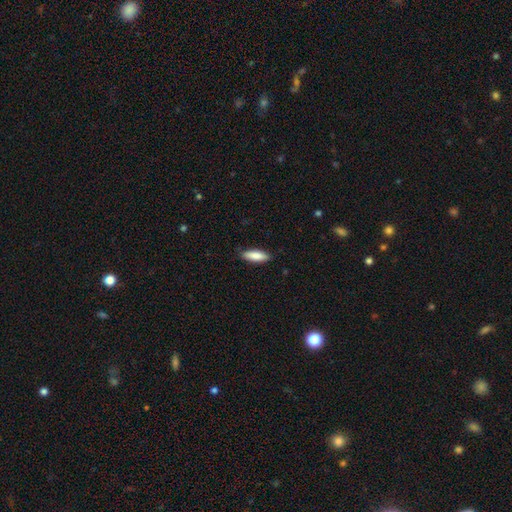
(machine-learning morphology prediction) Overall: smooth (85%). How rounded: in between (54%; cigar-shaped 45%). Merging: none (86%).